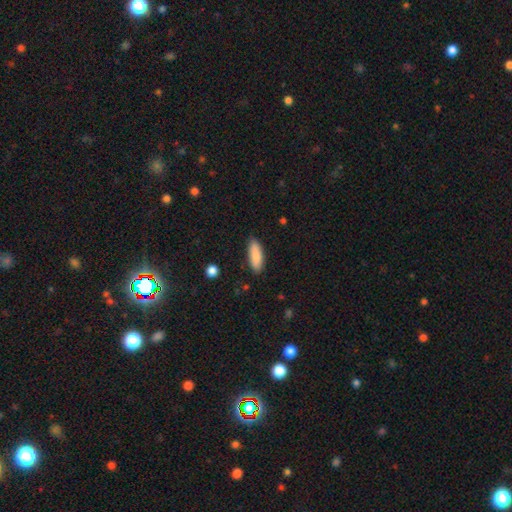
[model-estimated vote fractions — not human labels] Overall: smooth (84%). How rounded: in between (58%; cigar-shaped 40%). Merging: none (85%).